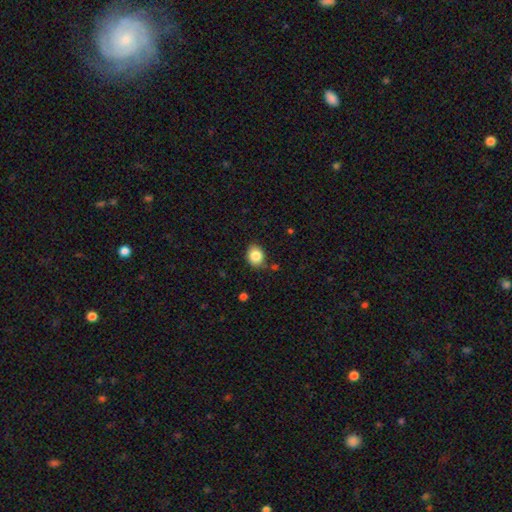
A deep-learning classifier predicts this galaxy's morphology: Smooth or featured: smooth — 85% (star or artifact — 9%)
How rounded: round — 51% (in between — 48%)
Merging: none — 77% (minor disturbance — 16%)